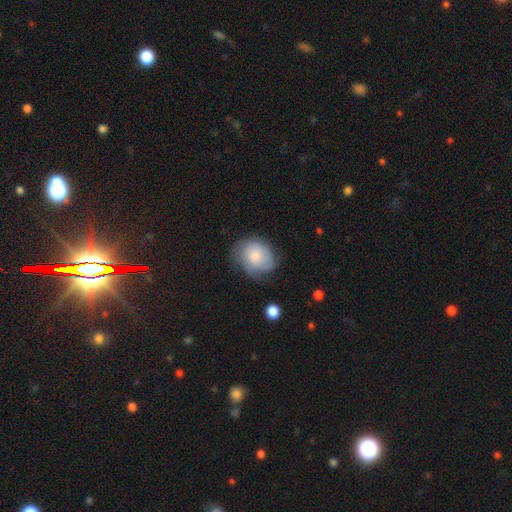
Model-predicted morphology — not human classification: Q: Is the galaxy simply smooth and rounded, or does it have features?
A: smooth — 61%.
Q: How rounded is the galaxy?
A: round — 60%.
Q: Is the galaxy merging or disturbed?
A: none — 57%.